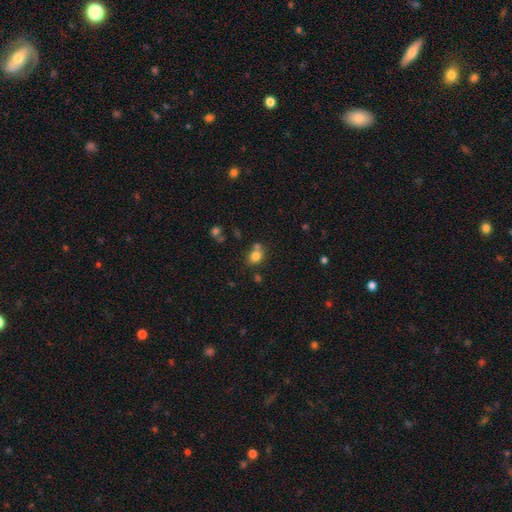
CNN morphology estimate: Smooth or featured? smooth (79%)
How rounded? round (53%)
Merging? none (55%)